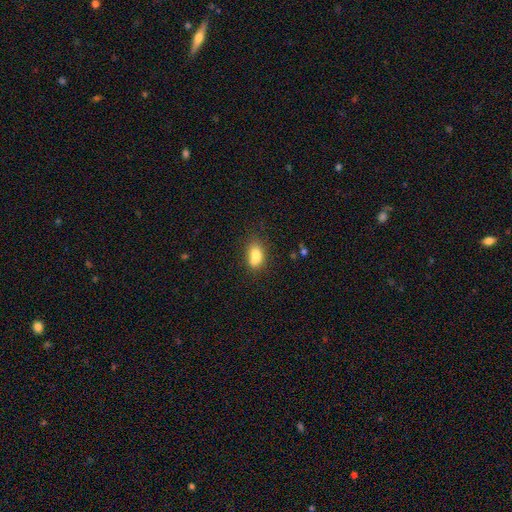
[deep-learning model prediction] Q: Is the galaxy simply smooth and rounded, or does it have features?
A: smooth — 79%.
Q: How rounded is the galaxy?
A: in between — 84%.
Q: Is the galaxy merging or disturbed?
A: none — 54%.